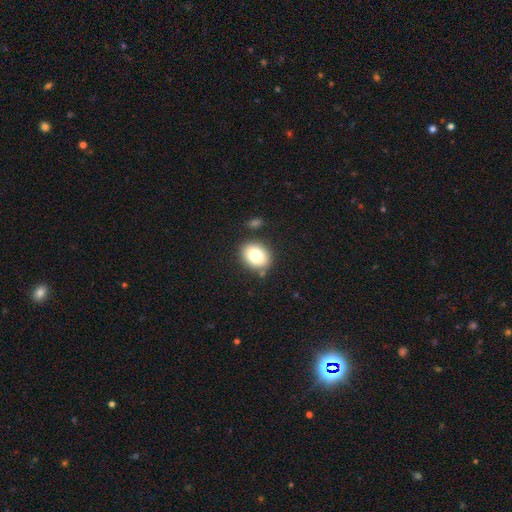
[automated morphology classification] This appears to be a smooth galaxy with no disk features (79%) that is in between round and cigar-shaped (55%). Merging: none (82%).